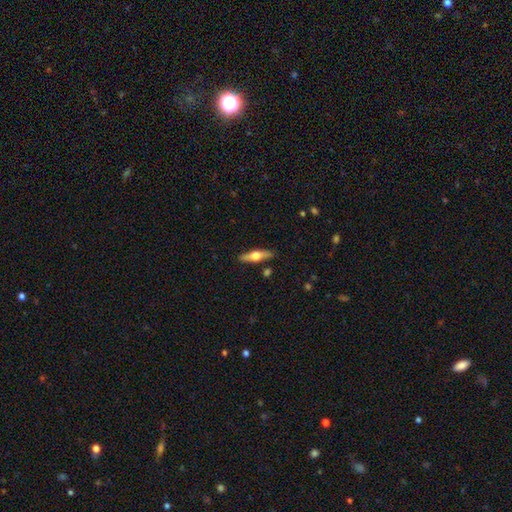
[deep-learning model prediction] Smooth or featured? Predicted: featured or disk (p=0.53). Edge-on disk? Predicted: yes (p=0.92). Merging? Predicted: none (p=0.88).